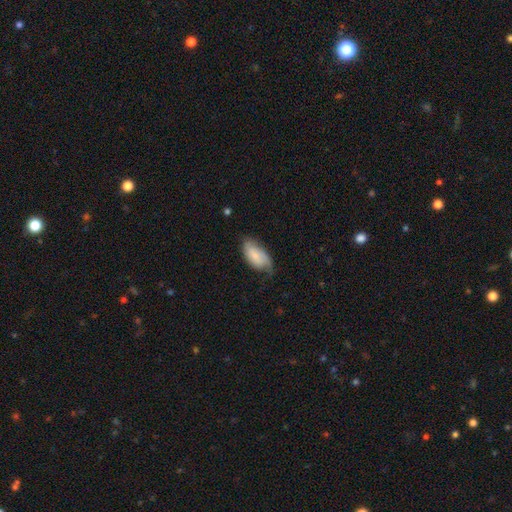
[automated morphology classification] Smooth or featured? smooth (64%)
How rounded? in between (93%)
Merging? none (47%)